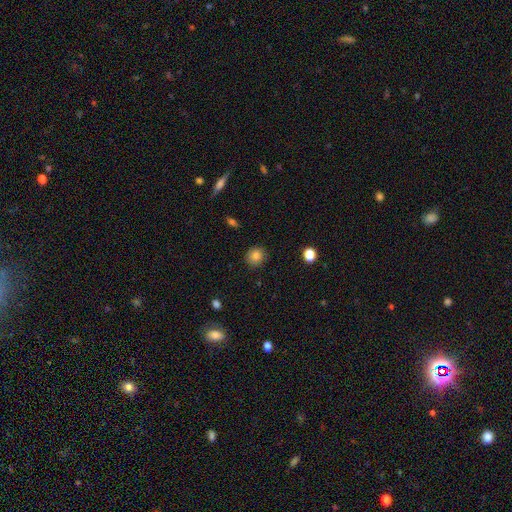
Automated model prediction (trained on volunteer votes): Smooth or featured?
  - smooth: 83% *
  - star or artifact: 10%
  - featured or disk: 7%
How rounded?
  - round: 87% *
  - in between: 12%
  - cigar-shaped: 1%
Merging?
  - none: 88% *
  - minor disturbance: 9%
  - major disturbance: 2%
  - merger: 1%